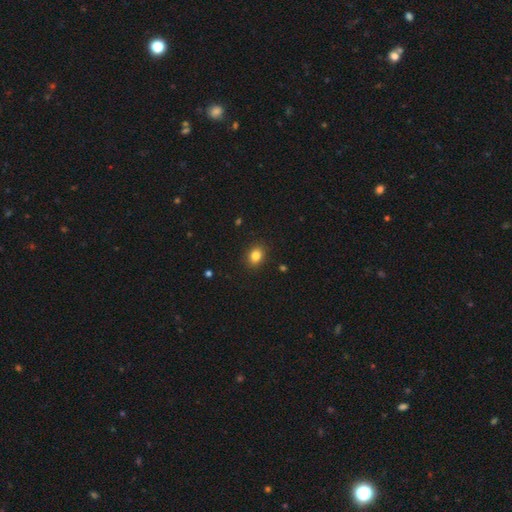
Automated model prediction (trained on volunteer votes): Overall: smooth (84%). How rounded: in between (55%; round 44%). Merging: none (90%).